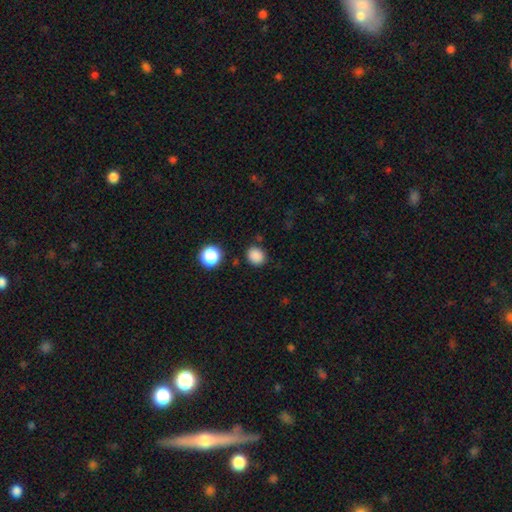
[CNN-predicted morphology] Smooth or featured? Predicted: smooth (p=0.85). How rounded? Predicted: round (p=0.77). Merging? Predicted: none (p=0.85).